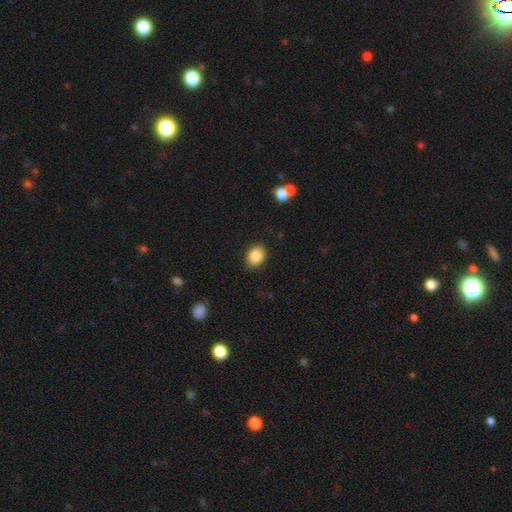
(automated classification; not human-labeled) Smooth or featured?
  - smooth: 86% *
  - star or artifact: 9%
  - featured or disk: 5%
How rounded?
  - in between: 56% *
  - round: 43%
  - cigar-shaped: 1%
Merging?
  - none: 87% *
  - minor disturbance: 9%
  - major disturbance: 2%
  - merger: 1%